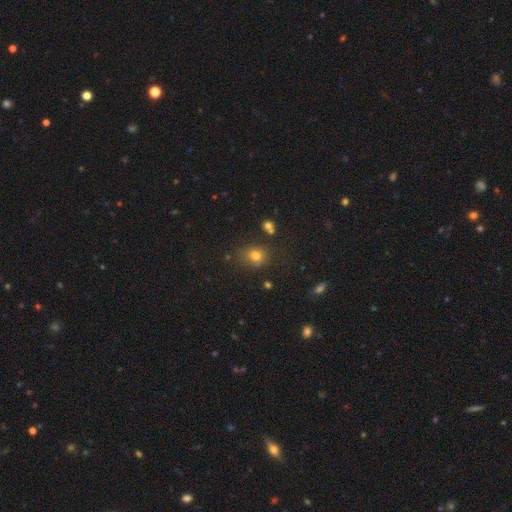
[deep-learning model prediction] A smooth galaxy with no disk features (74%) that is round (66%). Merging: none (72%).